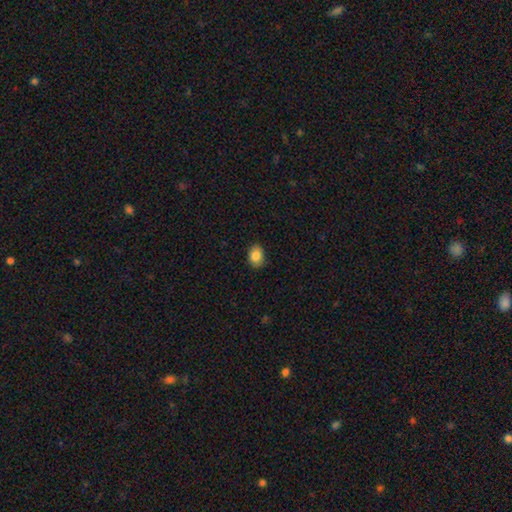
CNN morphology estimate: smooth_or_featured: smooth (p=0.86) [alt: star or artifact p=0.09]
how_rounded: in between (p=0.67) [alt: round p=0.32]
merging: none (p=0.88) [alt: minor disturbance p=0.10]